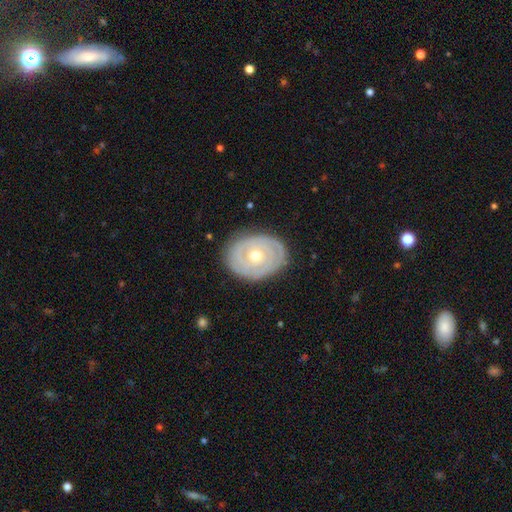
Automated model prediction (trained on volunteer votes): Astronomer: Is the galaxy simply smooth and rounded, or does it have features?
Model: featured or disk — 77%.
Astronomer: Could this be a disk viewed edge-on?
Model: no — 96%.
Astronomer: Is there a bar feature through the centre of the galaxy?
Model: no — 85%.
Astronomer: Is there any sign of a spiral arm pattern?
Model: yes — 73%.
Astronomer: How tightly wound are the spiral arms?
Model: tight — 84%.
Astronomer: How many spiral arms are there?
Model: can't tell — 42% (runner-up: 2, 29%).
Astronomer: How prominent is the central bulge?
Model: moderate — 59% (runner-up: small, 38%).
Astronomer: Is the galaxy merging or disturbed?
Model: none — 83%.